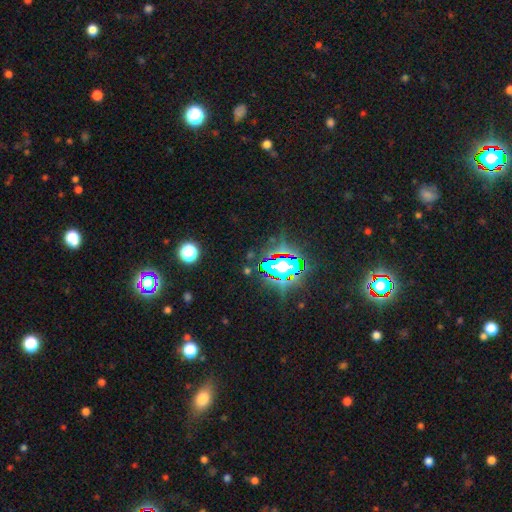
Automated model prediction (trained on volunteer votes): Smooth or featured? star or artifact (80%)